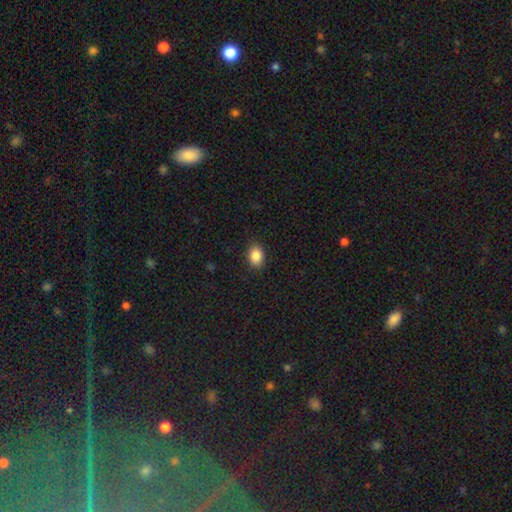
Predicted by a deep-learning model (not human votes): This appears to be a smooth galaxy with no disk features (87%) that is in between round and cigar-shaped (72%). Merging: none (88%).